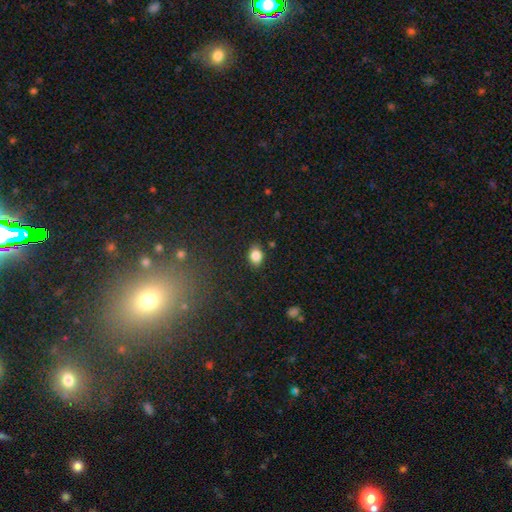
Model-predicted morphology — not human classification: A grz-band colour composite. It shows a smooth galaxy with no disk features (85%) that is in between round and cigar-shaped (69%). Merging: none (85%).